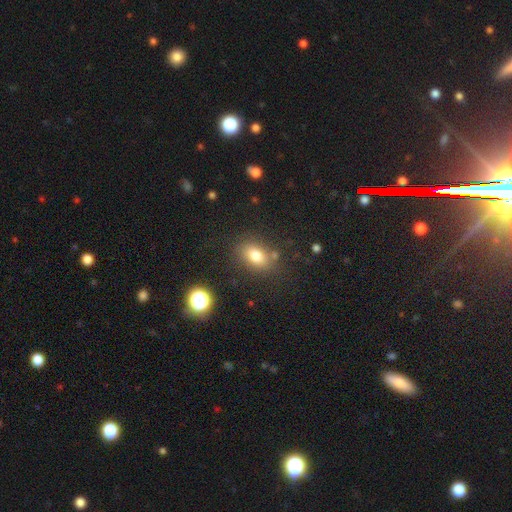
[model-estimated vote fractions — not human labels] smooth-or-featured: smooth: 78% | star or artifact: 12% | featured or disk: 10%
  how-rounded: in between: 77% | round: 20% | cigar-shaped: 2%
  merging: none: 77% | minor disturbance: 13% | merger: 6% | major disturbance: 4%